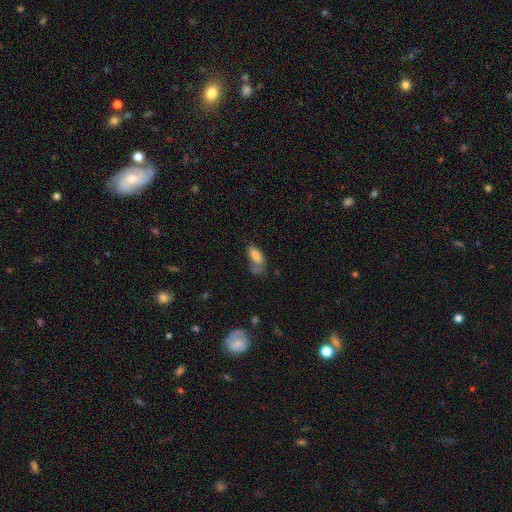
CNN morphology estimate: type=smooth (76%); roundness=in between (83%); merging=none (38%).